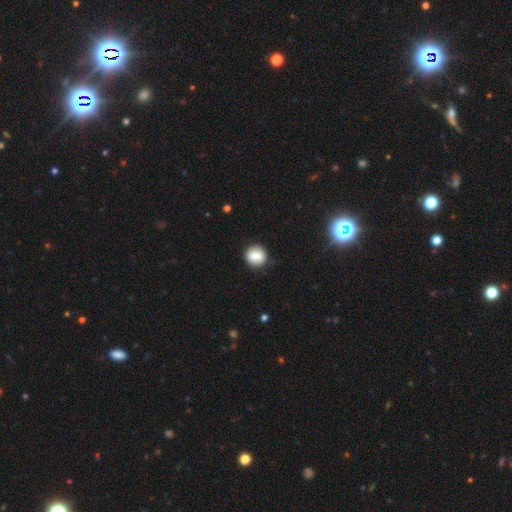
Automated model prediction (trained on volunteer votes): This is likely a smooth galaxy (79%). How rounded: clearly round (86%). Merging: clearly none (88%).